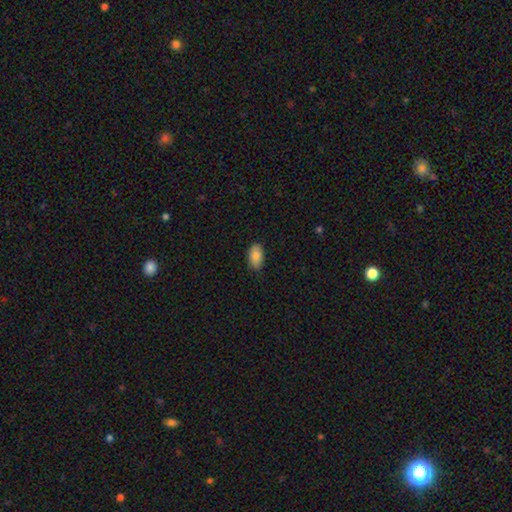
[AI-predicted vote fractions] The model was most divided on "merging": none: 83%, minor disturbance: 14%, major disturbance: 2%, merger: 1%. More confident: how rounded — in between (93%); smooth or featured — smooth (84%).